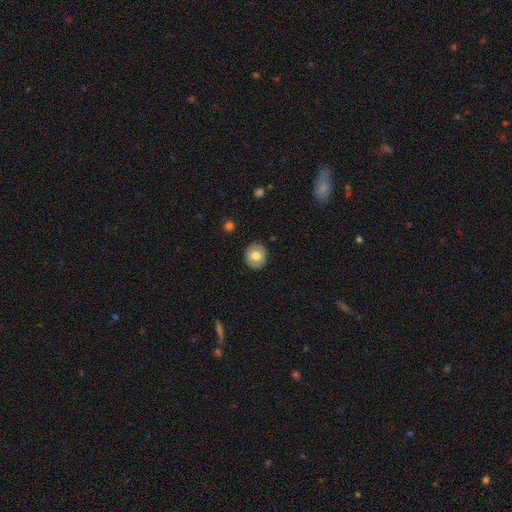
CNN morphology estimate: Smooth or featured: smooth — 76% (featured or disk — 16%)
How rounded: round — 72% (in between — 27%)
Merging: none — 89% (minor disturbance — 8%)